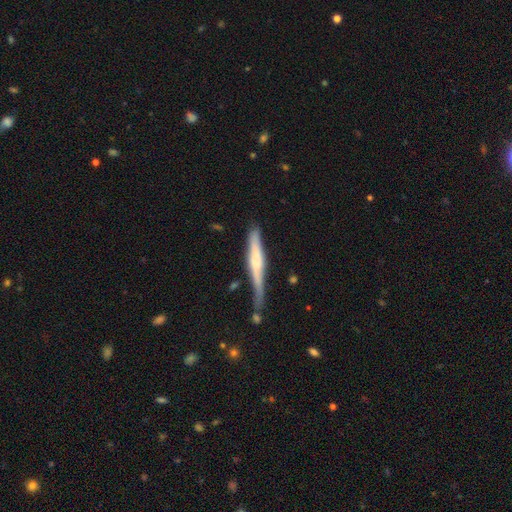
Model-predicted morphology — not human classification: The model was most divided on "edge-on bulge": rounded: 43%, none: 32%, boxy: 24%. More confident: edge-on disk — yes (94%); merging — none (55%); smooth or featured — featured or disk (54%).